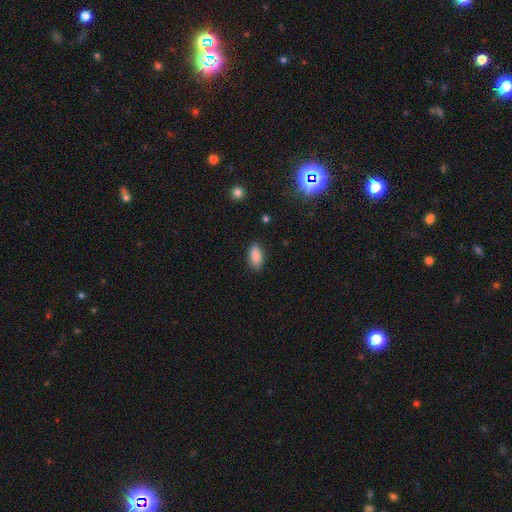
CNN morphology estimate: smooth-or-featured: smooth: 87% | star or artifact: 8% | featured or disk: 5%
  how-rounded: in between: 90% | cigar-shaped: 7% | round: 3%
  merging: none: 87% | minor disturbance: 10% | major disturbance: 2% | merger: 1%